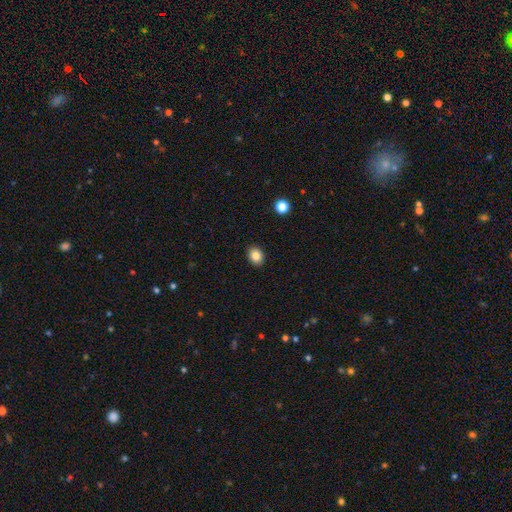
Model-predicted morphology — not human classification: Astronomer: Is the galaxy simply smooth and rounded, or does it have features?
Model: smooth — 85%.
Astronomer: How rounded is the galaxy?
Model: in between — 56% (runner-up: round, 43%).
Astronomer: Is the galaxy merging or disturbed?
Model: none — 90%.